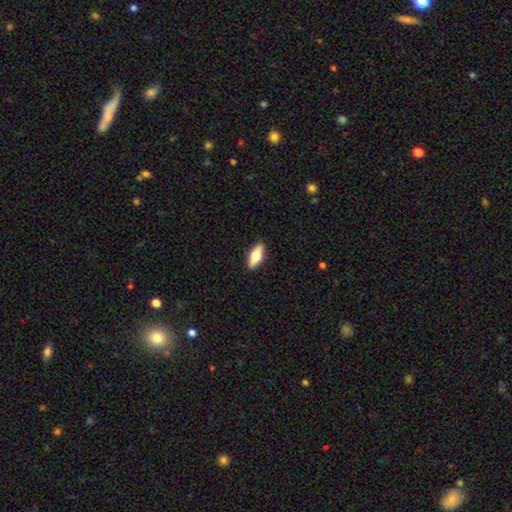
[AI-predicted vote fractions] smooth 61%, featured or disk 33%, star or artifact 6%. Down the decision tree: how rounded — in between (71%); merging — none (90%).